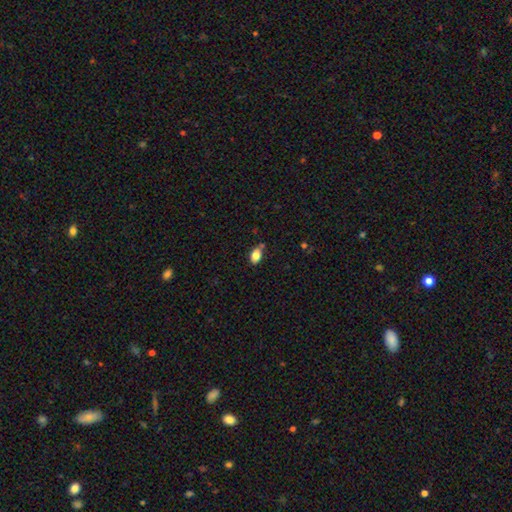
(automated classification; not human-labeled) smooth 82%, star or artifact 9%, featured or disk 9%. Down the decision tree: how rounded — in between (85%); merging — none (65%).